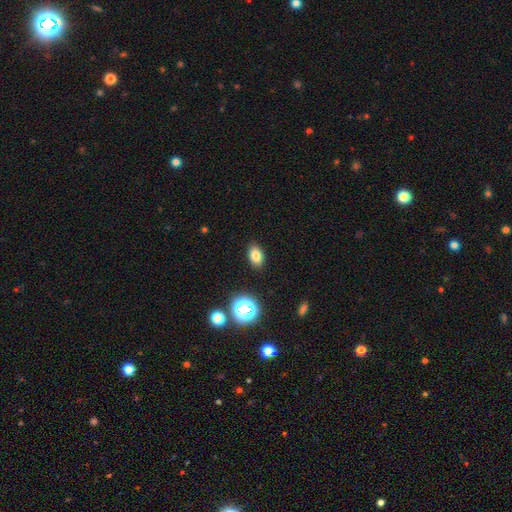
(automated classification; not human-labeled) A smooth galaxy with no disk features (80%) that is in between round and cigar-shaped (84%). Merging: none (88%).